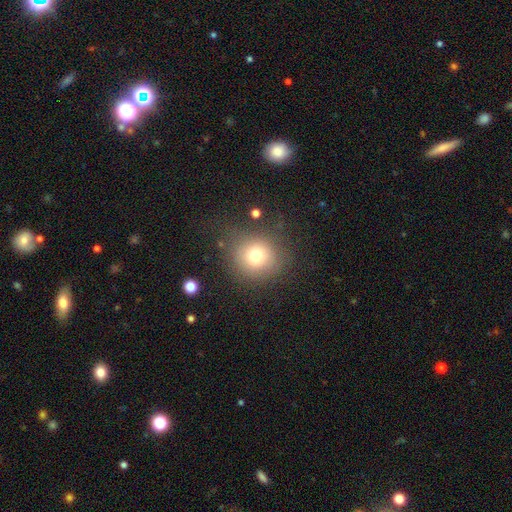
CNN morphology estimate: smooth-or-featured: smooth: 75% | star or artifact: 15% | featured or disk: 10%
  how-rounded: round: 89% | in between: 10% | cigar-shaped: 1%
  merging: none: 81% | minor disturbance: 11% | major disturbance: 6% | merger: 2%